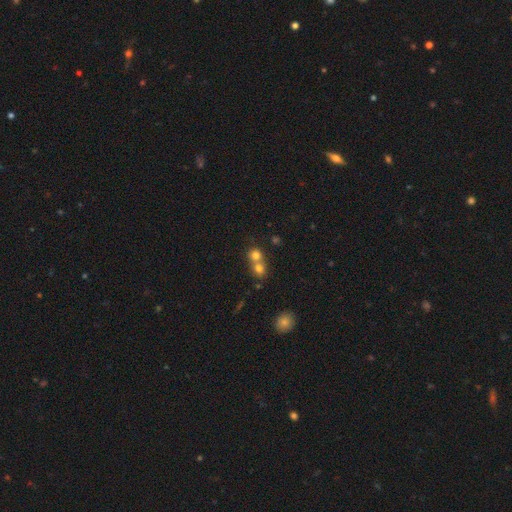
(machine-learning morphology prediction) Smooth or featured? Predicted: smooth (p=0.76). How rounded? Predicted: round (p=0.84). Merging? Predicted: merger (p=0.58).